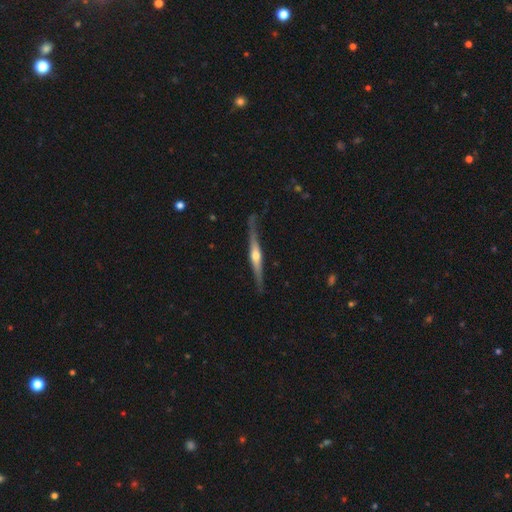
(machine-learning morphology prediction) This is likely a featured or disk galaxy (75%). It is clearly viewed edge-on (97%). Edge-on bulge: clearly rounded (88%). Merging: likely none (77%).